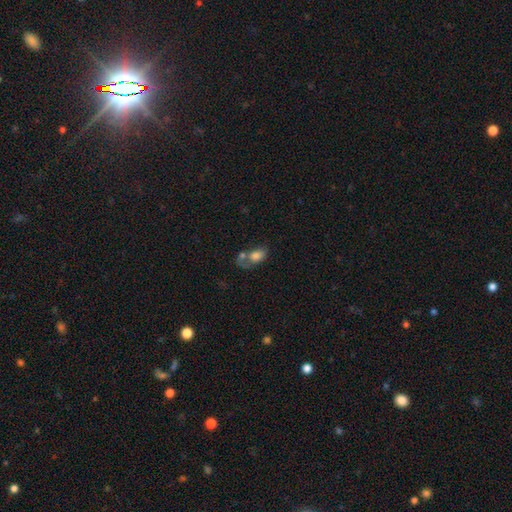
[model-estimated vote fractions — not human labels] Q: Smooth or featured?
A: smooth (69%); runner-up: featured or disk (22%)
Q: How rounded?
A: in between (83%); runner-up: round (15%)
Q: Merging?
A: merger (44%); runner-up: none (22%)